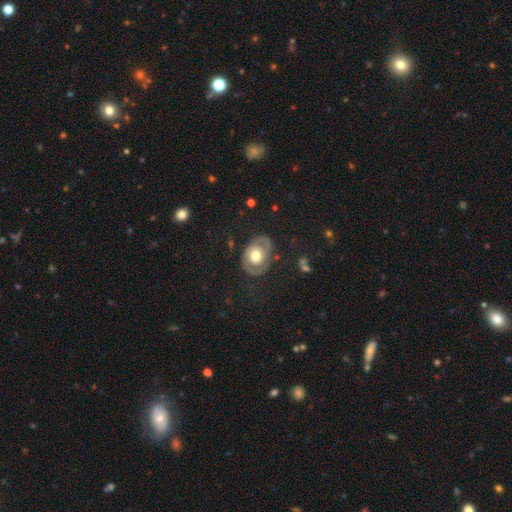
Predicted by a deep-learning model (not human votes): Smooth or featured: featured or disk — 60% (smooth — 33%)
Edge-on disk: no — 95% (yes — 5%)
Bar: no — 82% (weak — 14%)
Spiral arms: yes — 57% (no — 43%)
Bulge size: moderate — 58% (large — 34%)
Merging: none — 74% (minor disturbance — 16%)